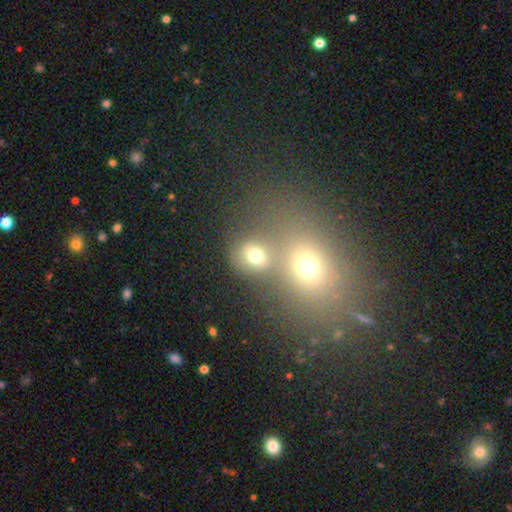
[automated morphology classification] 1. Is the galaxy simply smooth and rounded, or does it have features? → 72% smooth, 16% star or artifact, 11% featured or disk.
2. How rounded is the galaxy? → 66% round, 33% in between, 1% cigar-shaped.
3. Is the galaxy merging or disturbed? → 44% none, 43% merger, 8% minor disturbance, 6% major disturbance.